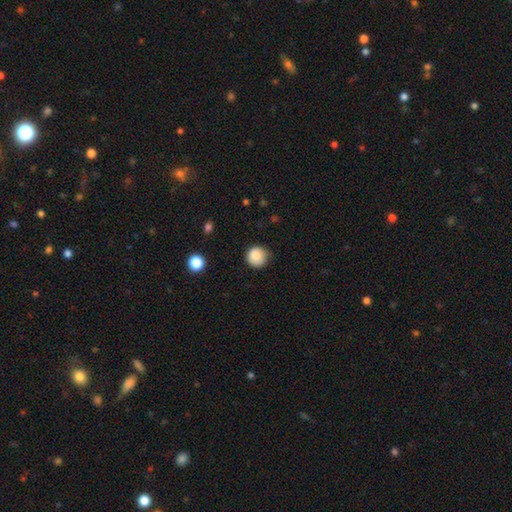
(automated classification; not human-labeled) Smooth or featured? Predicted: smooth (p=0.87). How rounded? Predicted: round (p=0.94). Merging? Predicted: none (p=0.76).